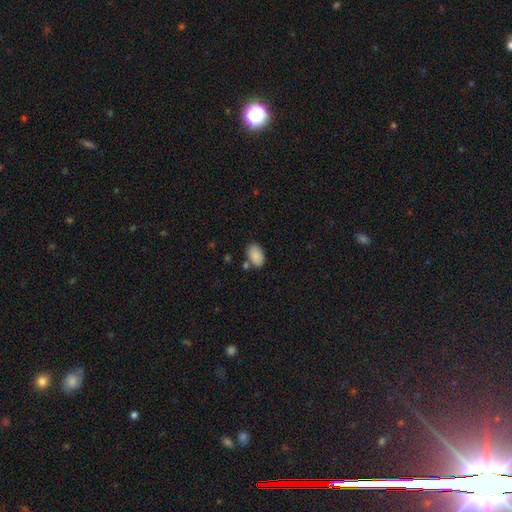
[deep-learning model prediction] Smooth or featured: smooth — 87% (star or artifact — 7%)
How rounded: in between — 92% (round — 7%)
Merging: none — 72% (minor disturbance — 15%)